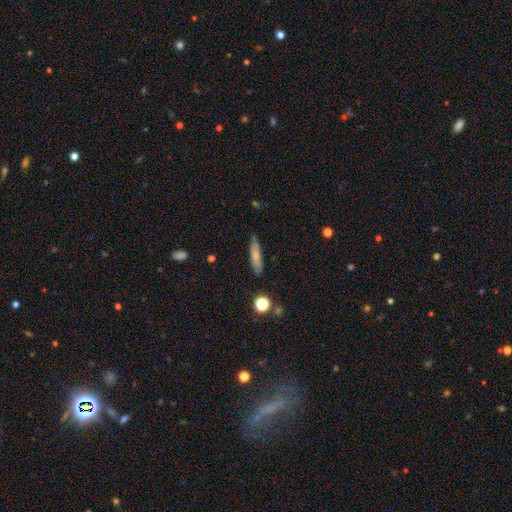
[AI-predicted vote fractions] Smooth or featured? smooth (70%)
How rounded? cigar-shaped (80%)
Merging? none (80%)